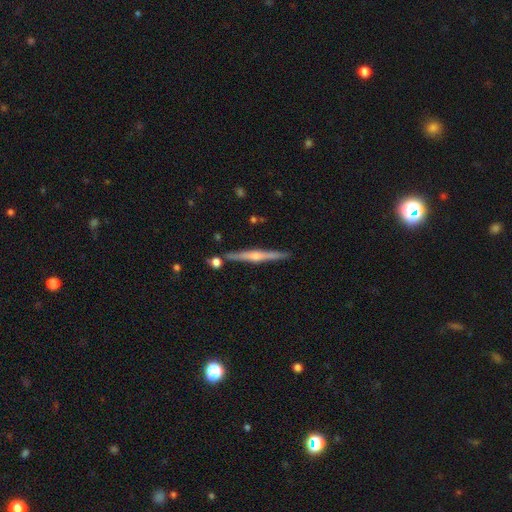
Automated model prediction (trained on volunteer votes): Smooth or featured? featured or disk (81%)
Edge-on disk? yes (98%)
Edge-on bulge? rounded (86%)
Merging? none (88%)